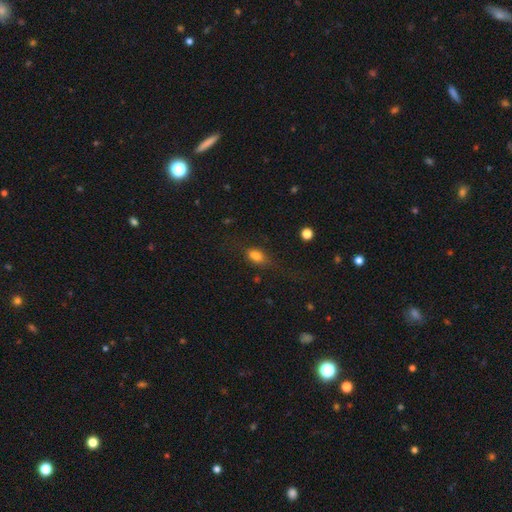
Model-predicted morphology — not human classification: Smooth or featured: smooth — 77% (star or artifact — 11%)
How rounded: in between — 80% (cigar-shaped — 10%)
Merging: none — 60% (minor disturbance — 22%)